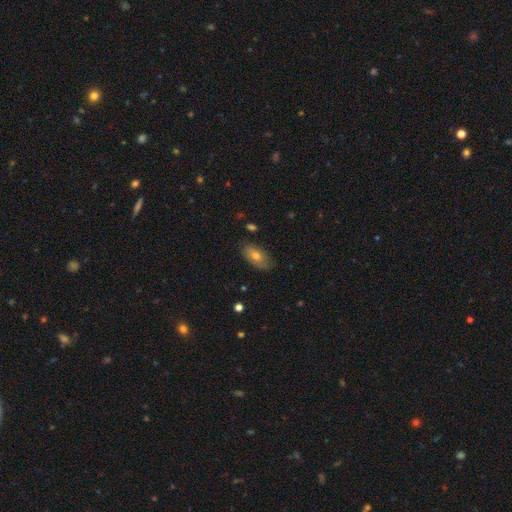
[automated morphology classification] A smooth galaxy with no disk features (60%) that is in between round and cigar-shaped (88%). Merging: none (77%).